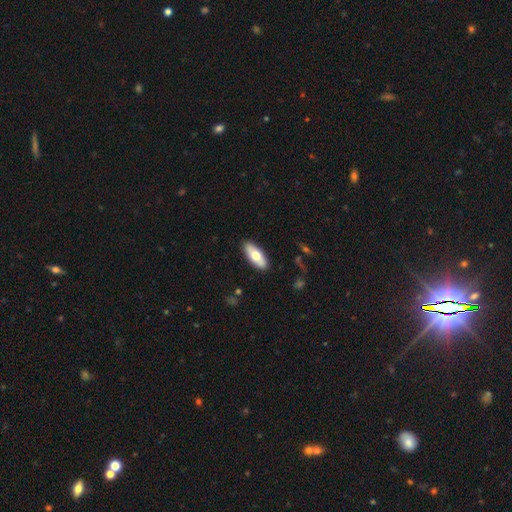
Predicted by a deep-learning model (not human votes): The model was most divided on "smooth or featured": smooth: 65%, featured or disk: 30%, star or artifact: 6%. More confident: merging — none (89%); how rounded — in between (78%).